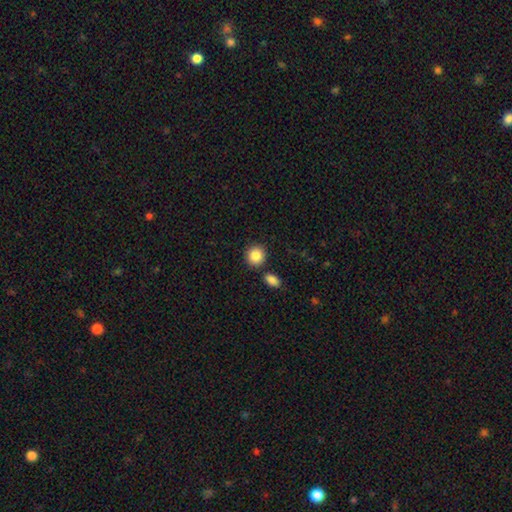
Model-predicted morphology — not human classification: This appears to be a smooth galaxy with no disk features (86%) that is round (86%). Merging: none (82%).